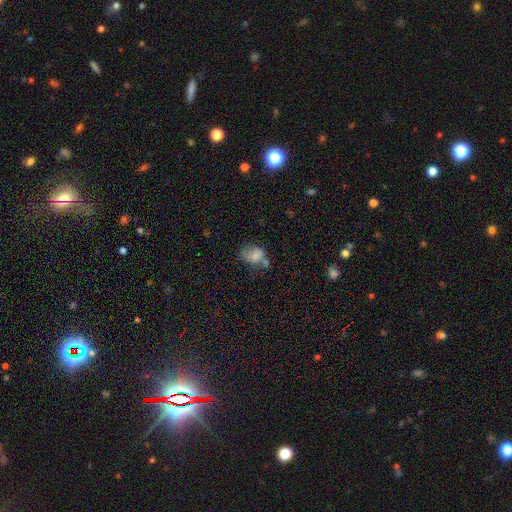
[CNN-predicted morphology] This is likely a smooth galaxy (73%). How rounded: likely in between (66%). Merging: marginally none (37%).